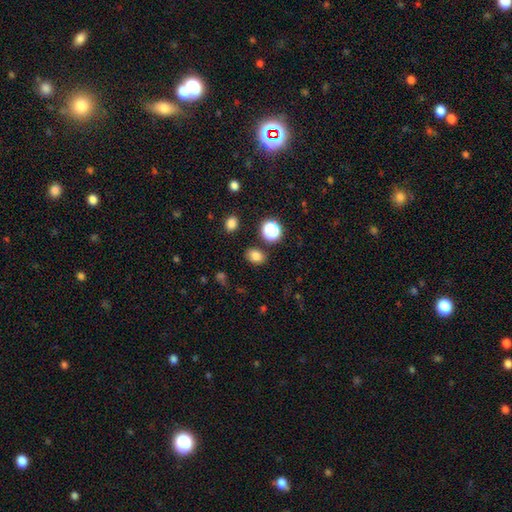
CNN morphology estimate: smooth-or-featured: smooth: 79% | star or artifact: 15% | featured or disk: 6%
  how-rounded: in between: 60% | round: 39% | cigar-shaped: 1%
  merging: none: 81% | minor disturbance: 11% | merger: 5% | major disturbance: 3%